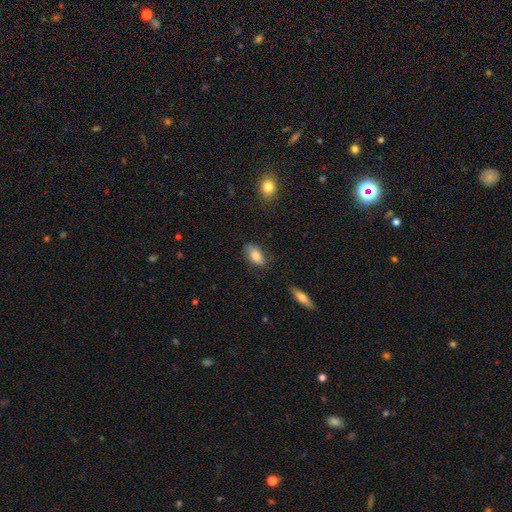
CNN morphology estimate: Overall: smooth (75%). How rounded: in between (89%). Merging: none (73%).